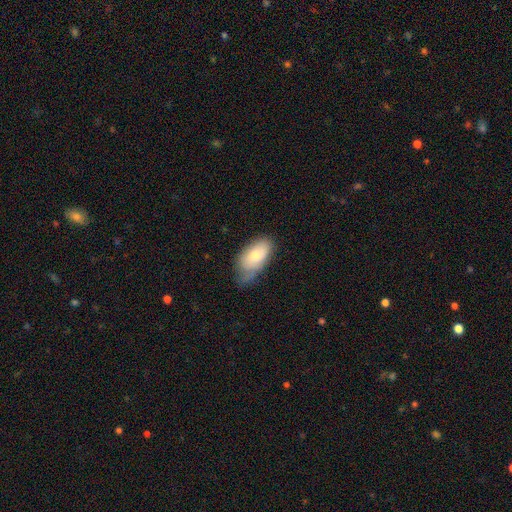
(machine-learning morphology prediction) Smooth or featured? smooth (73%)
How rounded? in between (93%)
Merging? none (45%)